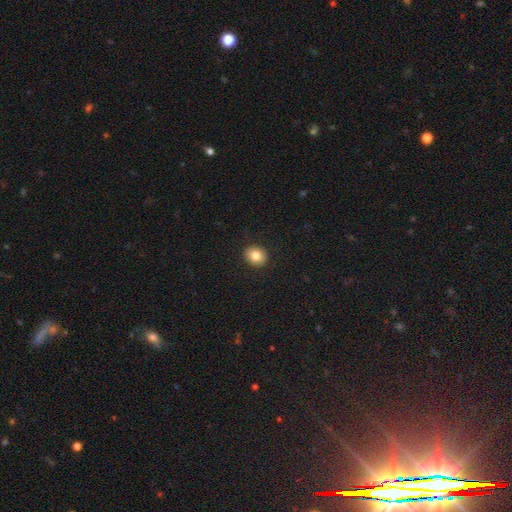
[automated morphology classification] This is clearly a smooth galaxy (82%). How rounded: likely round (64%). Merging: clearly none (90%).